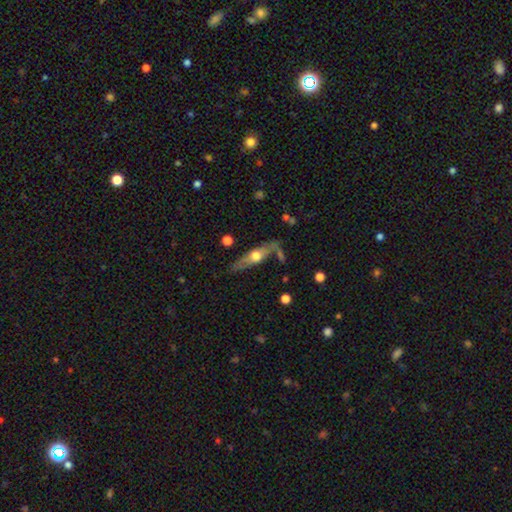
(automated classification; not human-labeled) This appears to be a featured or disk galaxy (56%) viewed edge-on (80%). Merging: none (69%).